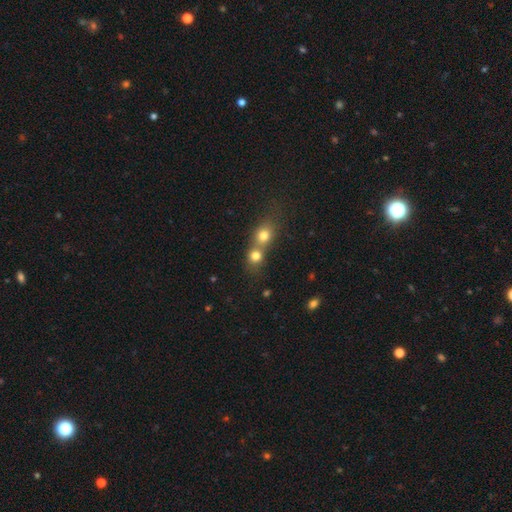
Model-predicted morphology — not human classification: This appears to be a smooth galaxy with no disk features (76%) that is round (76%). Merging: merger (62%).